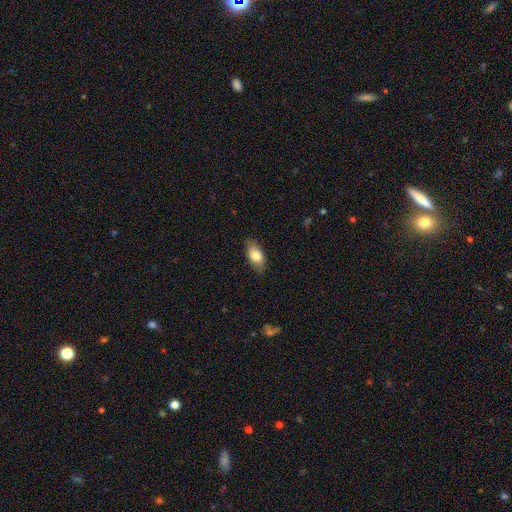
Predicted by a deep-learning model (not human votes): Smooth or featured? smooth (79%)
How rounded? in between (87%)
Merging? none (82%)